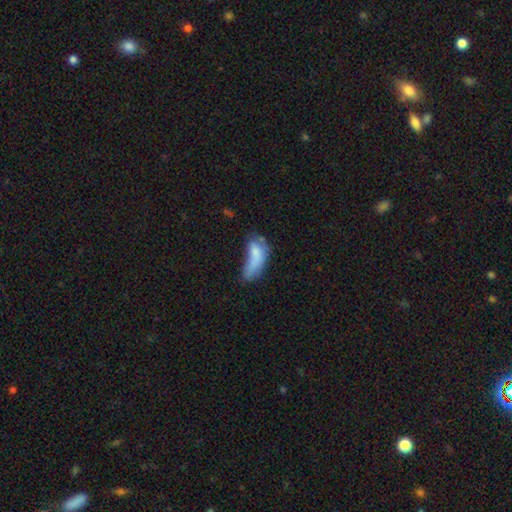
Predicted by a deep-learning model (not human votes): Morphology: type=smooth (68%); roundness=in between (77%); merging=major disturbance (39%).